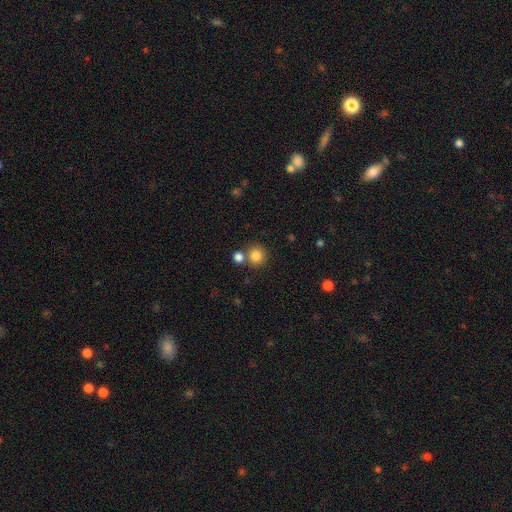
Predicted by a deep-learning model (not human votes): This is clearly a smooth galaxy (83%). How rounded: clearly round (91%). Merging: likely none (70%).